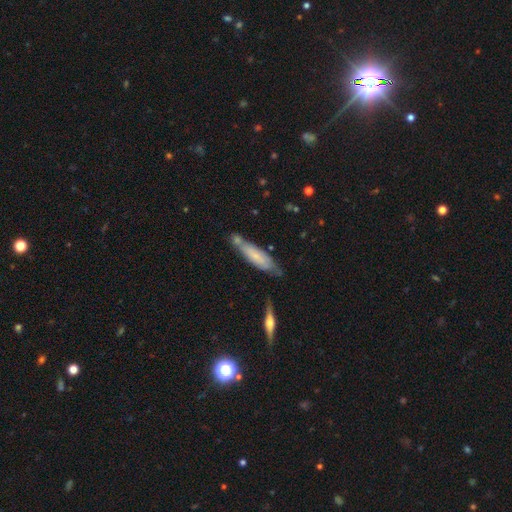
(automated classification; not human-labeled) Smooth or featured? smooth (54%)
How rounded? cigar-shaped (69%)
Merging? none (56%)